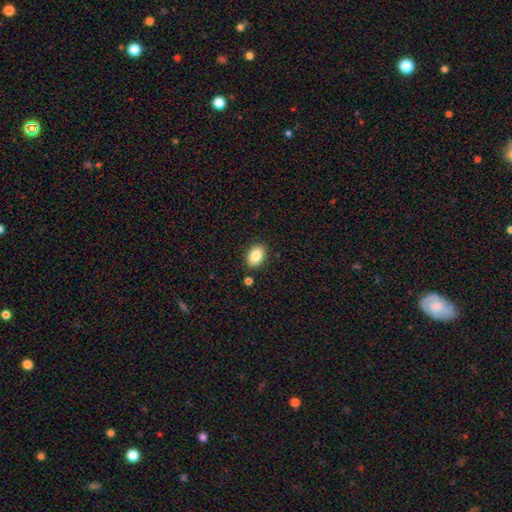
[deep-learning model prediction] This is clearly a smooth galaxy (84%). How rounded: clearly in between (84%). Merging: clearly none (86%).